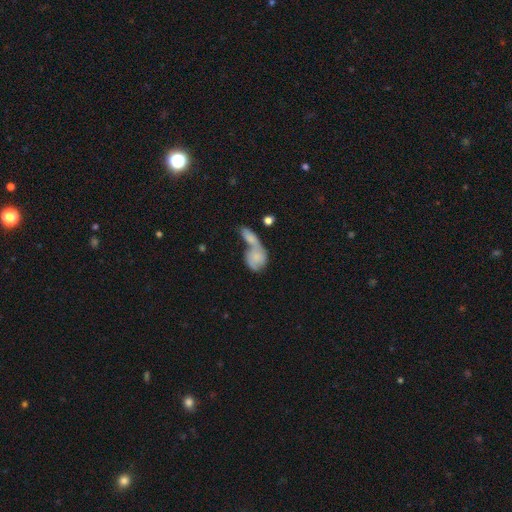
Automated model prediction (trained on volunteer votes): Smooth or featured?
  - smooth: 64% *
  - featured or disk: 28%
  - star or artifact: 8%
How rounded?
  - in between: 57% *
  - round: 39%
  - cigar-shaped: 4%
Merging?
  - merger: 68% *
  - none: 15%
  - major disturbance: 9%
  - minor disturbance: 8%